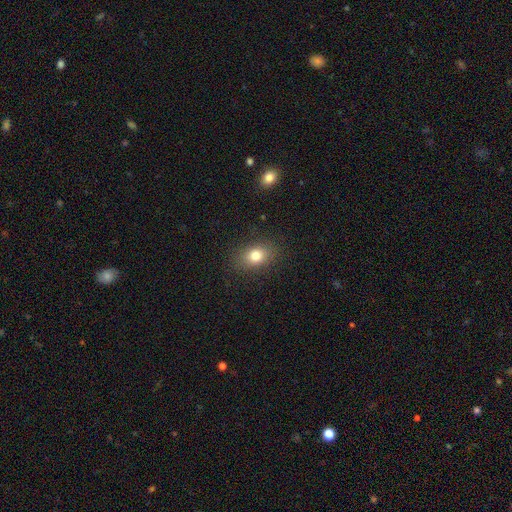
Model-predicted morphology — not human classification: Overall: smooth (79%). How rounded: in between (70%). Merging: none (87%).